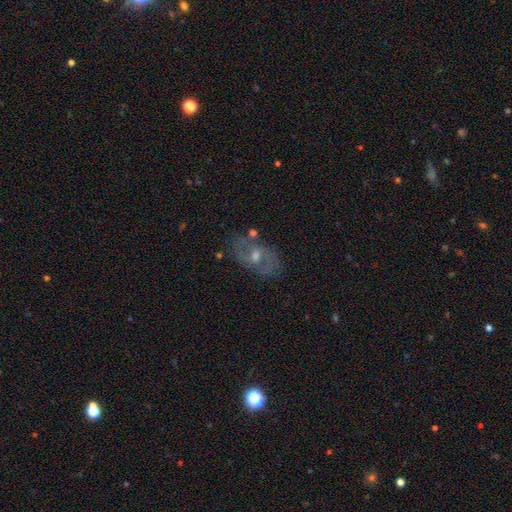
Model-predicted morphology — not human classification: Smooth or featured? Predicted: featured or disk (p=0.69). Edge-on disk? Predicted: no (p=0.94). Bar? Predicted: no (p=0.48). Spiral arms? Predicted: yes (p=0.73). Bulge size? Predicted: moderate (p=0.64). Merging? Predicted: none (p=0.73).